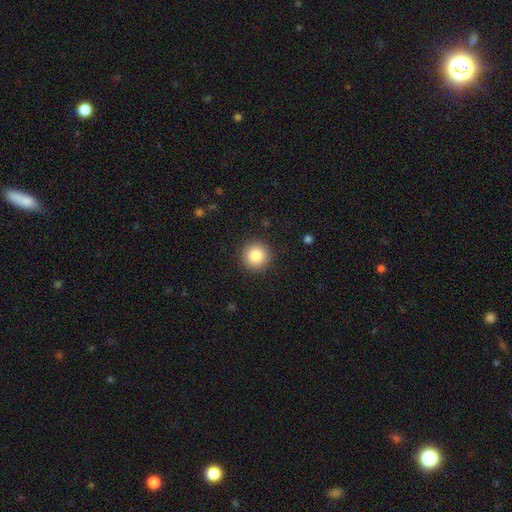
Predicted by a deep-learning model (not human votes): Q: Smooth or featured?
A: smooth (85%); runner-up: star or artifact (10%)
Q: How rounded?
A: round (96%); runner-up: in between (4%)
Q: Merging?
A: none (92%); runner-up: minor disturbance (5%)